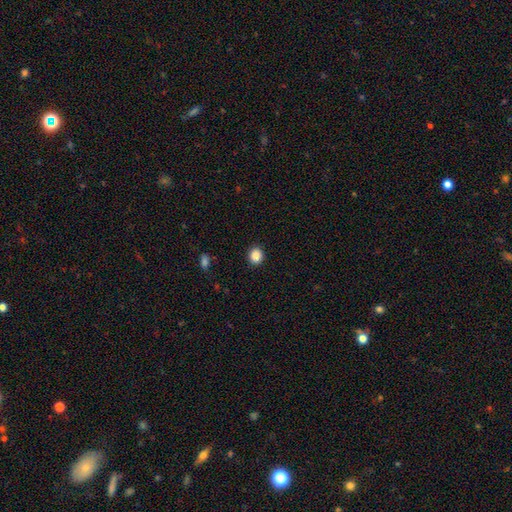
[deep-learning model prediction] The model was most divided on "how rounded": round: 66%, in between: 33%, cigar-shaped: 1%. More confident: merging — none (90%); smooth or featured — smooth (87%).